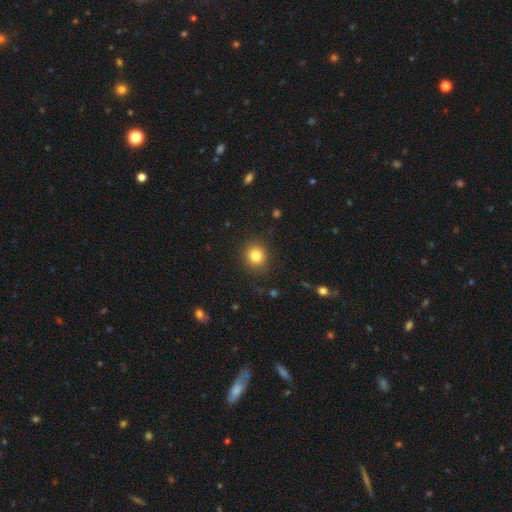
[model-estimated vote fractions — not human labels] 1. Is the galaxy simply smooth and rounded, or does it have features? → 82% smooth, 12% star or artifact, 7% featured or disk.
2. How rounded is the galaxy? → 84% round, 15% in between, 1% cigar-shaped.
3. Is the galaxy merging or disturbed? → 89% none, 8% minor disturbance, 3% major disturbance, 1% merger.